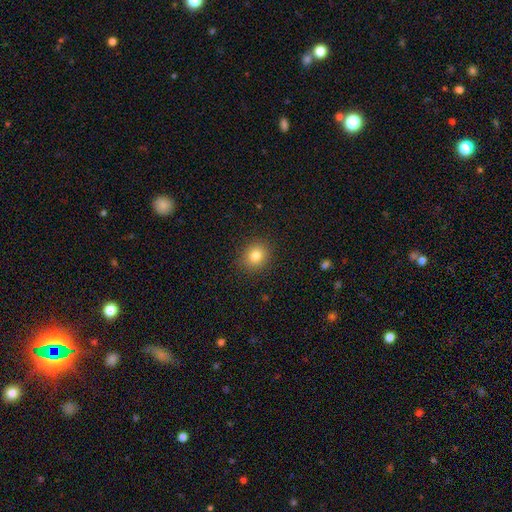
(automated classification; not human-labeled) Smooth or featured?
  - smooth: 81% *
  - star or artifact: 12%
  - featured or disk: 7%
How rounded?
  - round: 75% *
  - in between: 24%
  - cigar-shaped: 1%
Merging?
  - none: 89% *
  - minor disturbance: 7%
  - major disturbance: 2%
  - merger: 1%